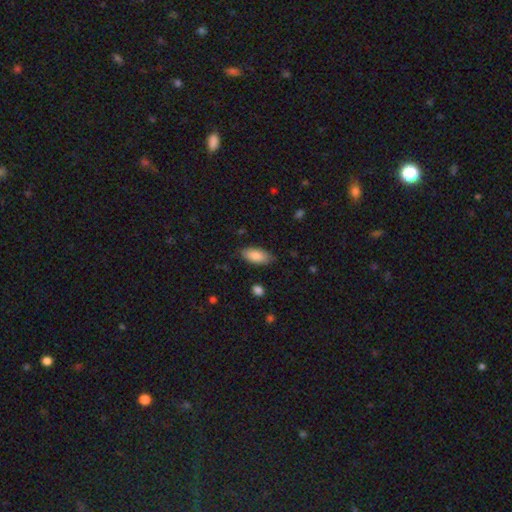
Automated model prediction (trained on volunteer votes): Q: Smooth or featured?
A: smooth (86%); runner-up: featured or disk (8%)
Q: How rounded?
A: in between (90%); runner-up: cigar-shaped (8%)
Q: Merging?
A: none (80%); runner-up: minor disturbance (16%)